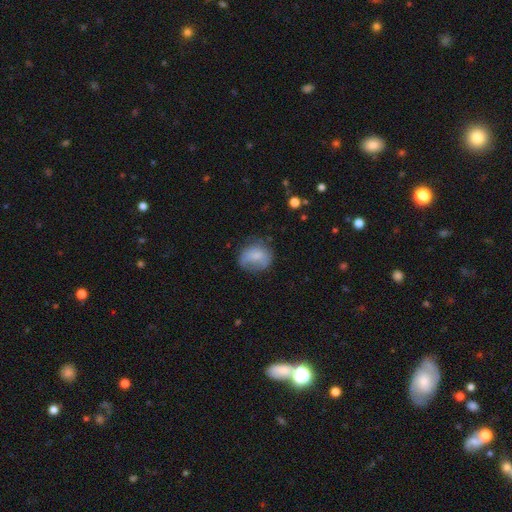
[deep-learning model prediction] Smooth or featured? Predicted: smooth (p=0.68). How rounded? Predicted: round (p=0.60). Merging? Predicted: none (p=0.51).